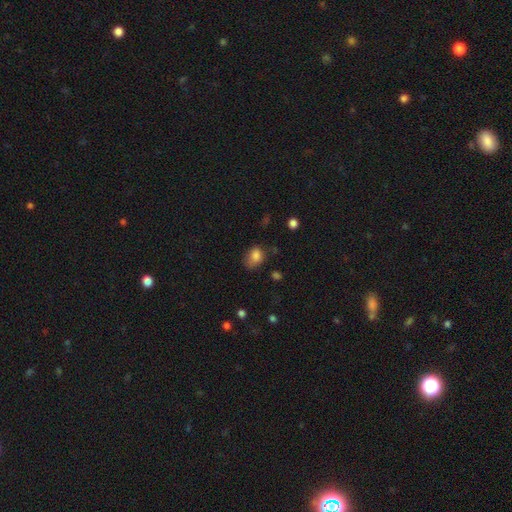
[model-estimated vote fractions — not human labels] Q: Smooth or featured?
A: smooth (81%); runner-up: star or artifact (11%)
Q: How rounded?
A: in between (66%); runner-up: round (33%)
Q: Merging?
A: none (46%); runner-up: minor disturbance (34%)